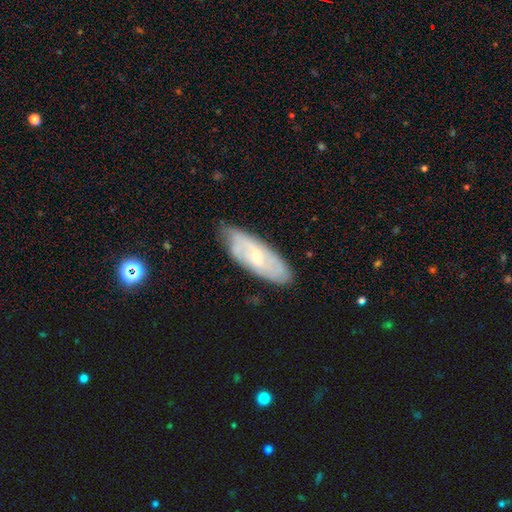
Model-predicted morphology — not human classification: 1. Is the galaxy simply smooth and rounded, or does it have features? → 58% featured or disk, 35% smooth, 7% star or artifact.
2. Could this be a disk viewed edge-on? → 83% no, 17% yes.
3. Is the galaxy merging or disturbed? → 75% none, 20% minor disturbance, 4% major disturbance, 2% merger.